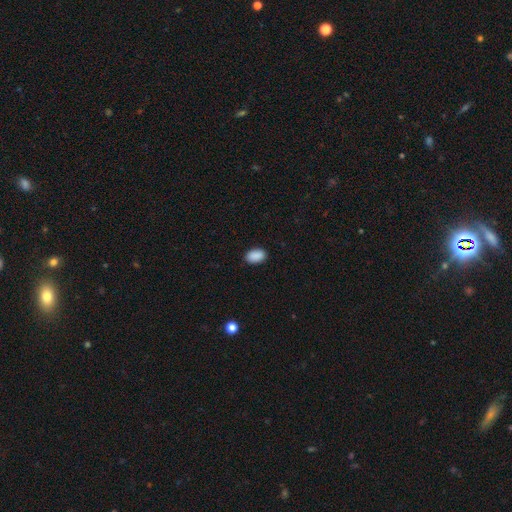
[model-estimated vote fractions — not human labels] Smooth or featured? smooth (90%)
How rounded? in between (91%)
Merging? none (89%)